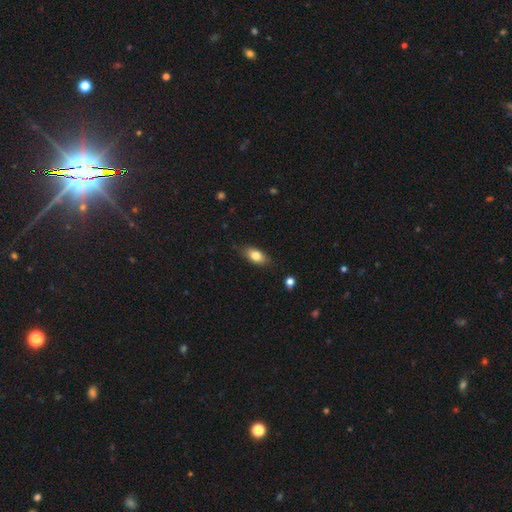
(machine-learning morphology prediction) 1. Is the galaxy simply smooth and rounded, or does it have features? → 79% smooth, 13% featured or disk, 8% star or artifact.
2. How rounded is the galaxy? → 86% in between, 7% cigar-shaped, 6% round.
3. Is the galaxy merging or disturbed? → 81% none, 15% minor disturbance, 3% major disturbance, 1% merger.